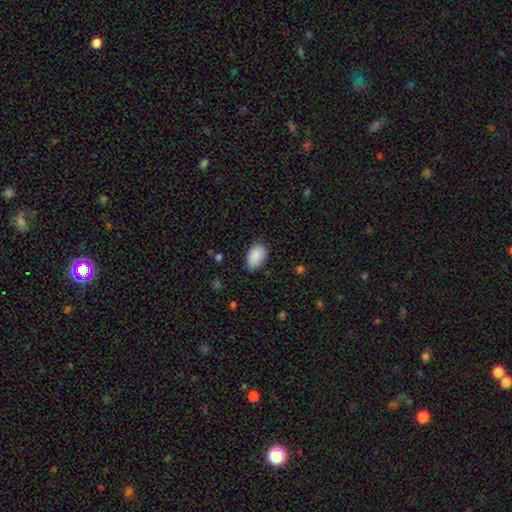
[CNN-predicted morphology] This is clearly a smooth galaxy (89%). How rounded: clearly in between (93%). Merging: likely none (77%).